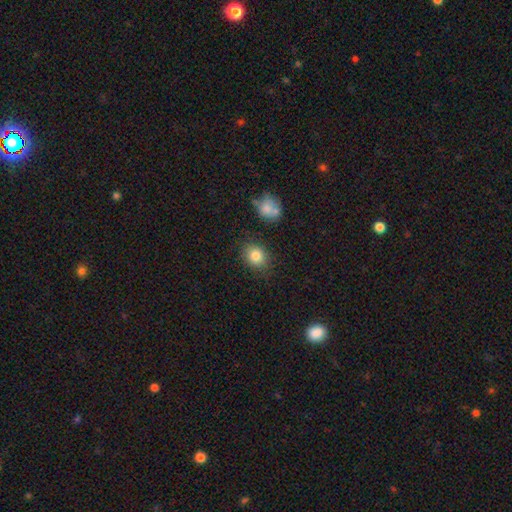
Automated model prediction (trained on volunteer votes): This is clearly a smooth galaxy (83%). How rounded: likely round (61%). Merging: clearly none (81%).